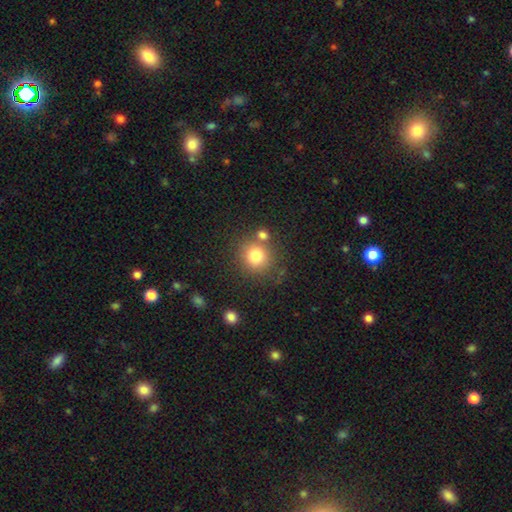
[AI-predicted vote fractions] Smooth or featured? Predicted: smooth (p=0.81). How rounded? Predicted: round (p=0.88). Merging? Predicted: none (p=0.70).